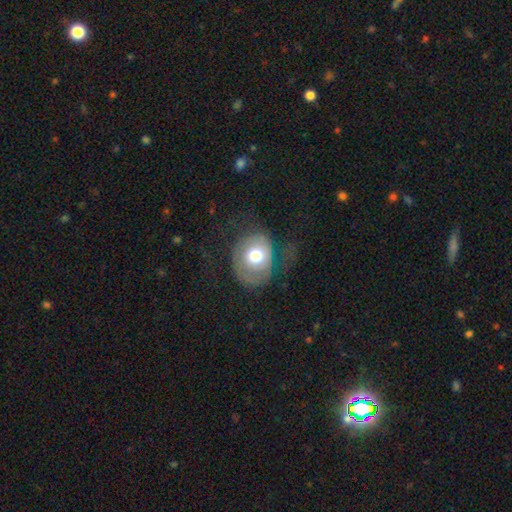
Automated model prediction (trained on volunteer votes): Morphology: type=smooth (62%); roundness=round (58%); merging=none (43%).